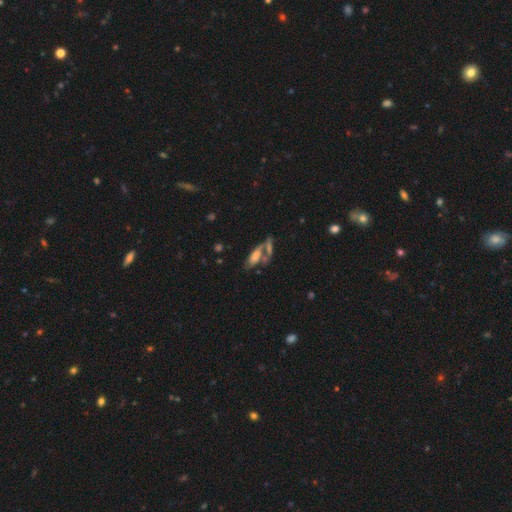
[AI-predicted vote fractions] Smooth or featured?
  - smooth: 57% *
  - featured or disk: 33%
  - star or artifact: 11%
How rounded?
  - in between: 67% *
  - cigar-shaped: 29%
  - round: 4%
Merging?
  - merger: 45% *
  - none: 34%
  - minor disturbance: 11%
  - major disturbance: 9%